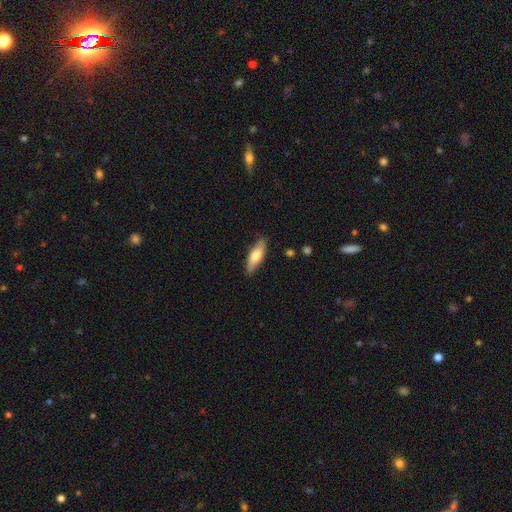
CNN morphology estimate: Smooth or featured? smooth (69%)
How rounded? in between (57%)
Merging? none (85%)